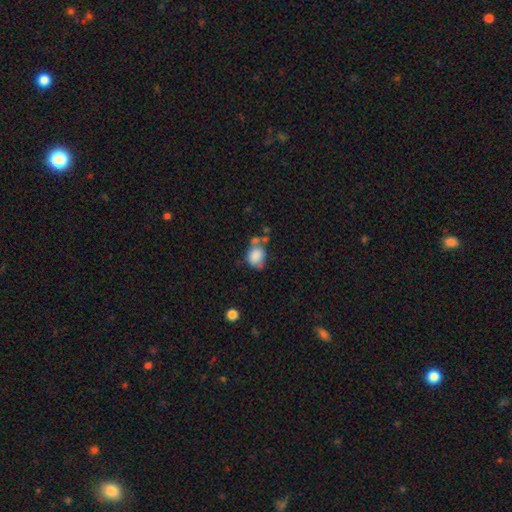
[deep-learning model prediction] Smooth or featured: smooth — 82% (featured or disk — 9%)
How rounded: round — 50% (in between — 49%)
Merging: none — 42% (merger — 24%)